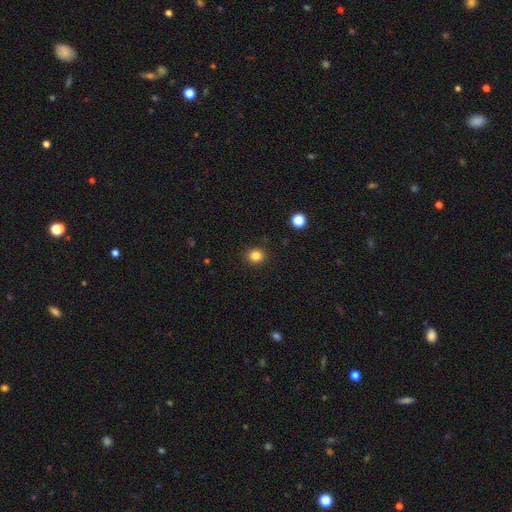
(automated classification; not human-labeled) This appears to be a smooth galaxy with no disk features (84%) that is round (85%). Merging: none (91%).